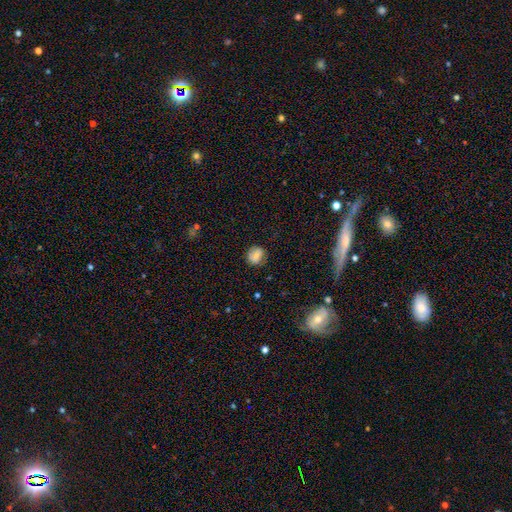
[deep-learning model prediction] Q: Smooth or featured?
A: smooth (71%); runner-up: featured or disk (19%)
Q: How rounded?
A: round (79%); runner-up: in between (20%)
Q: Merging?
A: none (77%); runner-up: minor disturbance (17%)